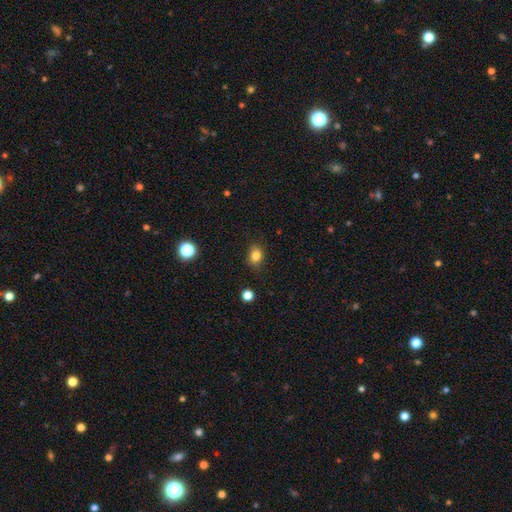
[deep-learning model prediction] Smooth or featured: smooth — 83% (star or artifact — 12%)
How rounded: in between — 60% (round — 38%)
Merging: none — 83% (minor disturbance — 13%)